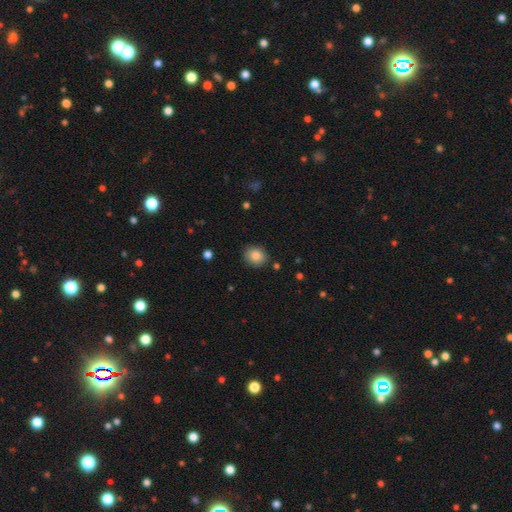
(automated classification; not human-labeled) Smooth or featured?
  - smooth: 86% *
  - star or artifact: 9%
  - featured or disk: 6%
How rounded?
  - round: 70% *
  - in between: 29%
  - cigar-shaped: 1%
Merging?
  - none: 86% *
  - minor disturbance: 10%
  - major disturbance: 2%
  - merger: 2%